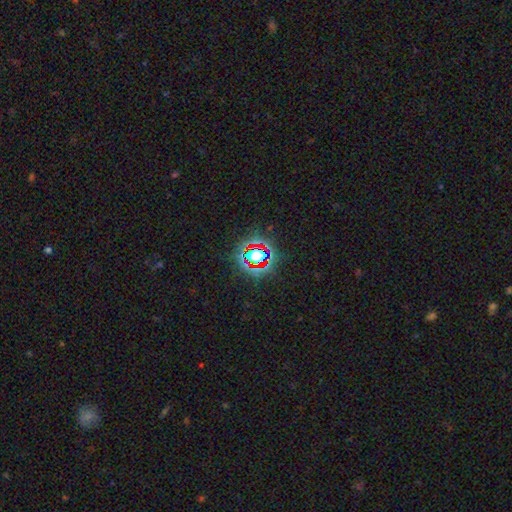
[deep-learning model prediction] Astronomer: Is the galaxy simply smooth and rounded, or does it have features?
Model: star or artifact — 70%.